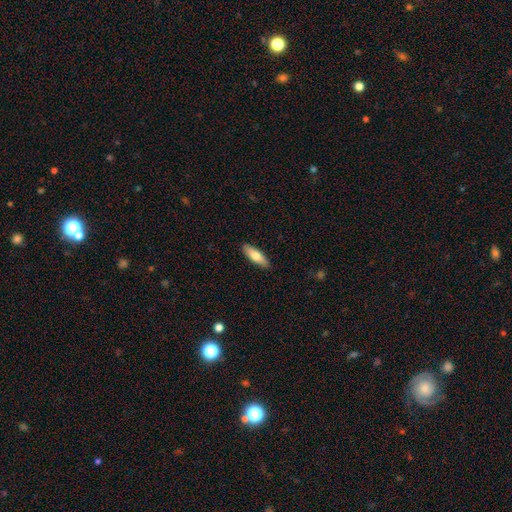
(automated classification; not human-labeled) Morphology: type=smooth (70%); roundness=in between (51%); merging=none (90%).